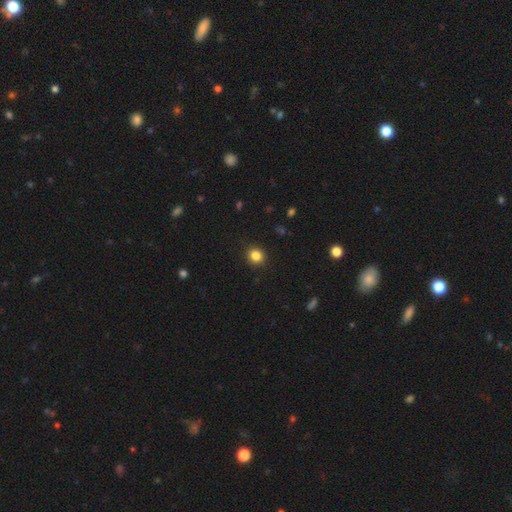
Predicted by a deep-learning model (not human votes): A smooth galaxy with no disk features (84%) that is round (83%).

Vote fractions:
- Smooth or featured? smooth: 84% / star or artifact: 11% / featured or disk: 4%
- How rounded? round: 83% / in between: 16% / cigar-shaped: 1%
- Merging? none: 91% / minor disturbance: 6% / major disturbance: 2% / merger: 1%